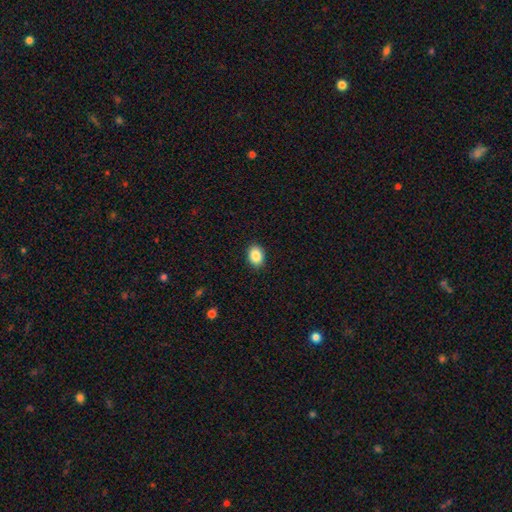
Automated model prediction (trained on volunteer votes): A smooth galaxy with no disk features (88%) that is in between round and cigar-shaped (67%). Merging: none (90%).